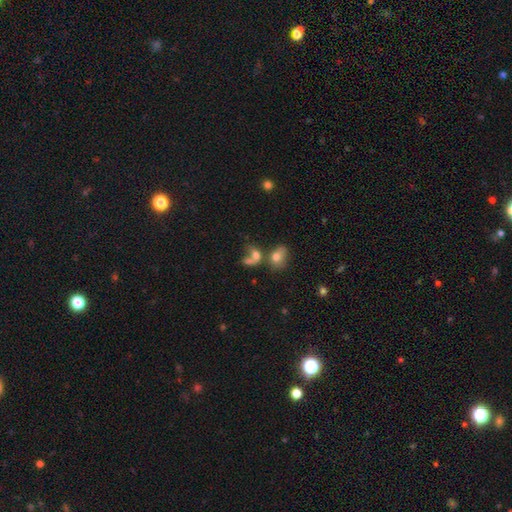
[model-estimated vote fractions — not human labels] smooth-or-featured: smooth: 50% | featured or disk: 26% | star or artifact: 24%
  merging: merger: 48% | none: 33% | minor disturbance: 10% | major disturbance: 9%